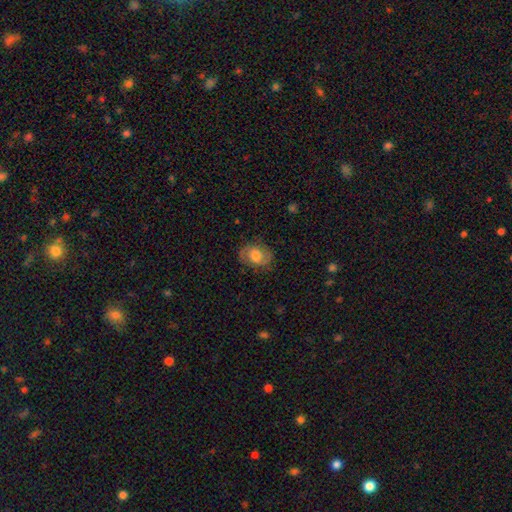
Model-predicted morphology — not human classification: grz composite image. It shows a featured or disk galaxy (47%). Merging: none (78%).